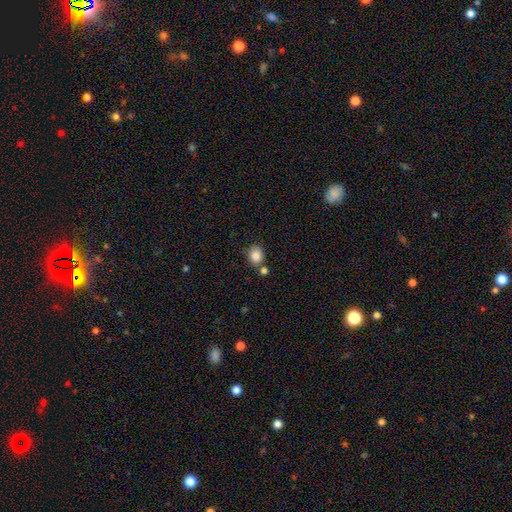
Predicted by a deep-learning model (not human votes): smooth_or_featured: smooth (p=0.86) [alt: star or artifact p=0.09]
how_rounded: round (p=0.58) [alt: in between p=0.41]
merging: none (p=0.67) [alt: merger p=0.15]